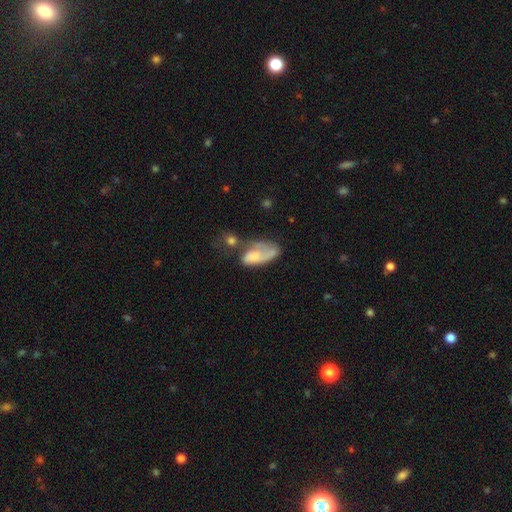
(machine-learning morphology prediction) The model was most divided on "smooth or featured": smooth: 48%, featured or disk: 44%, star or artifact: 8%. Remaining: merging — major disturbance (32%).